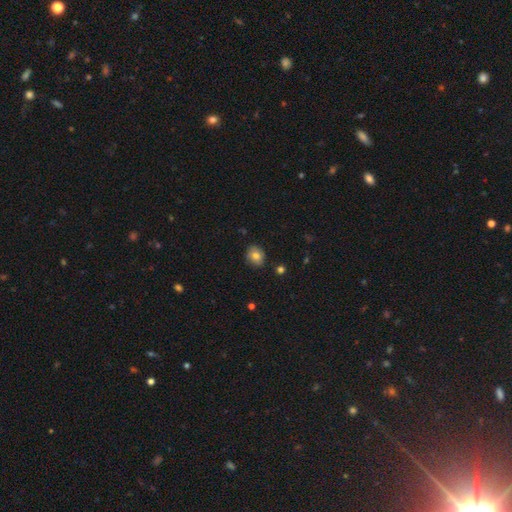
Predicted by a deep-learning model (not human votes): Morphology: type=smooth (77%); roundness=round (57%); merging=none (83%).